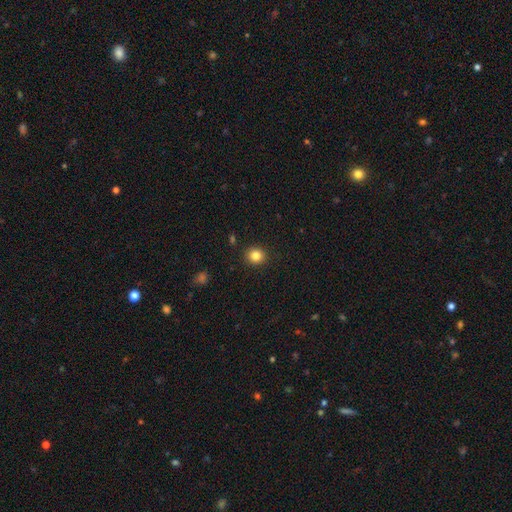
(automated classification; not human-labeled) Morphology: type=smooth (83%); roundness=round (84%); merging=none (91%).